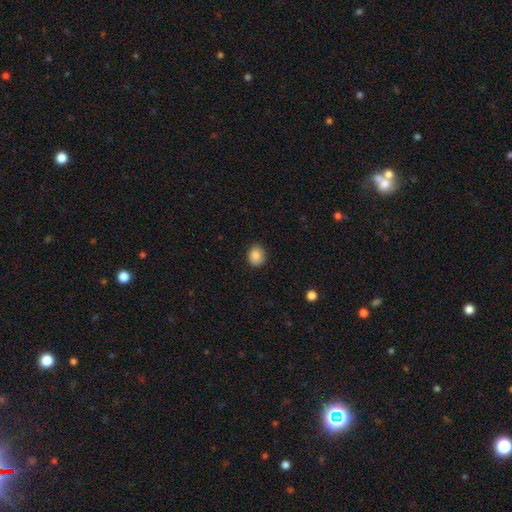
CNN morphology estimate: Smooth or featured?
  - smooth: 86% *
  - star or artifact: 9%
  - featured or disk: 5%
How rounded?
  - round: 67% *
  - in between: 32%
  - cigar-shaped: 1%
Merging?
  - none: 89% *
  - minor disturbance: 8%
  - major disturbance: 2%
  - merger: 1%